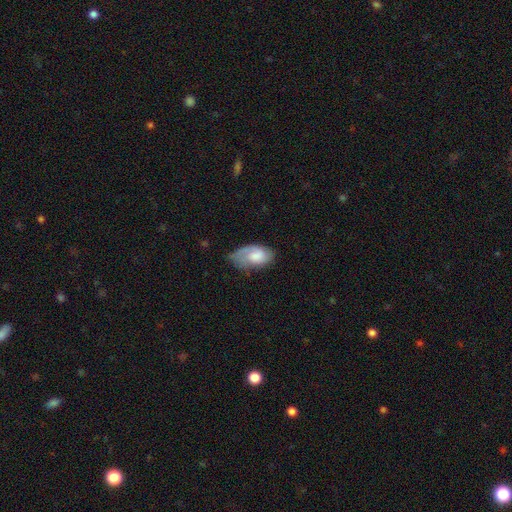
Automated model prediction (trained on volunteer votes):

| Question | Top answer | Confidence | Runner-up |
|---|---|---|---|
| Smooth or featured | smooth | 57% | featured or disk (37%) |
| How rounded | in between | 93% | round (5%) |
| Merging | none | 46% | minor disturbance (36%) |